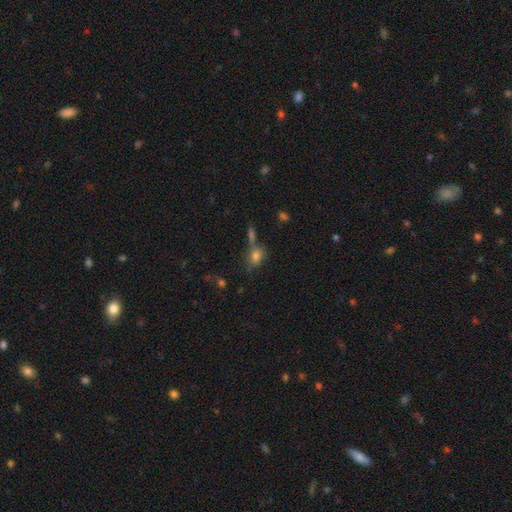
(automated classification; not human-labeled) Smooth or featured?
  - smooth: 73% *
  - featured or disk: 13%
  - star or artifact: 13%
How rounded?
  - in between: 67% *
  - round: 28%
  - cigar-shaped: 5%
Merging?
  - none: 51% *
  - merger: 24%
  - minor disturbance: 17%
  - major disturbance: 9%